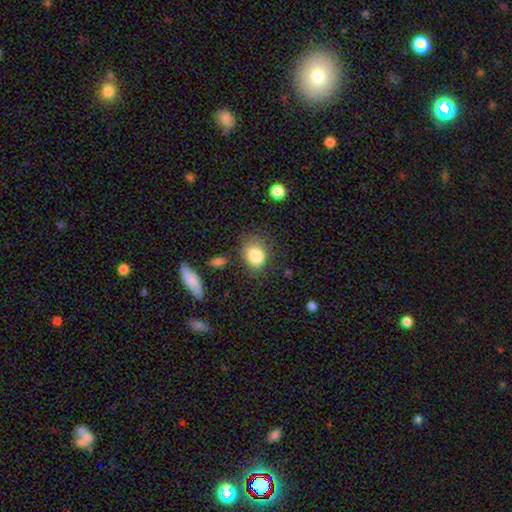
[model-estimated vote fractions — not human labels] This appears to be a smooth galaxy with no disk features (84%) that is in between round and cigar-shaped (65%). Merging: none (66%).